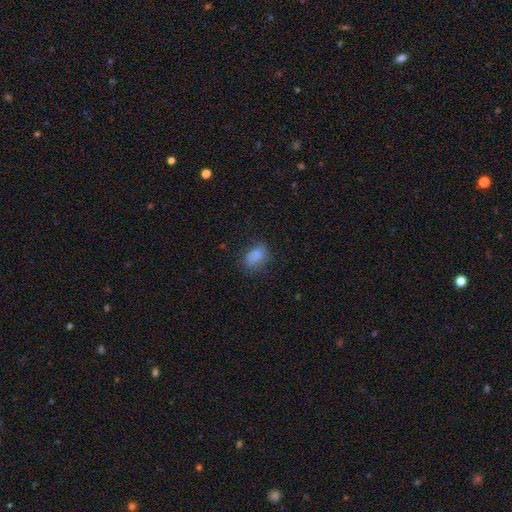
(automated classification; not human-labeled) Morphology: type=smooth (83%); roundness=in between (84%); merging=none (71%).